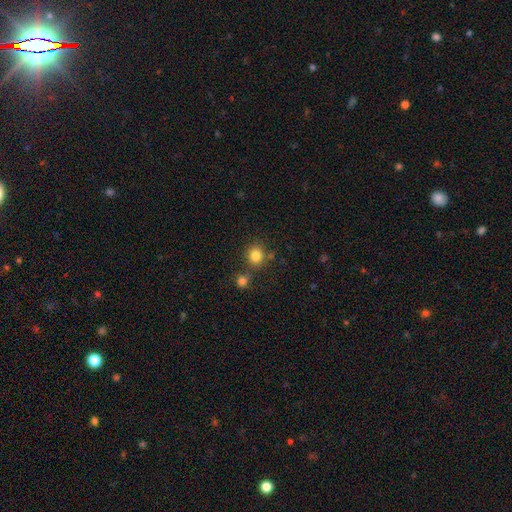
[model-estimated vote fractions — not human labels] Overall: smooth (82%). How rounded: round (83%). Merging: none (74%).